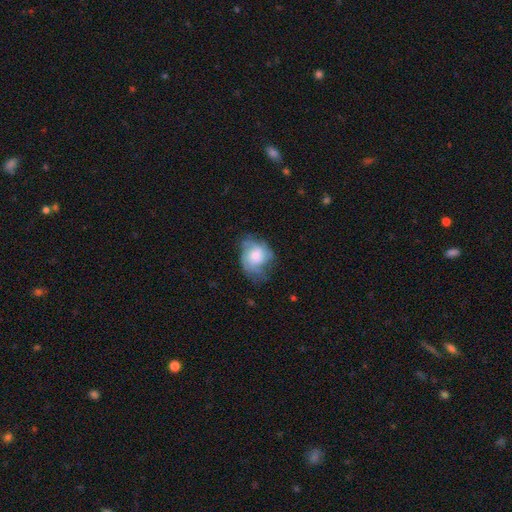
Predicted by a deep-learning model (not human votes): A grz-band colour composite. It shows a featured or disk galaxy (49%). Merging: none (48%).